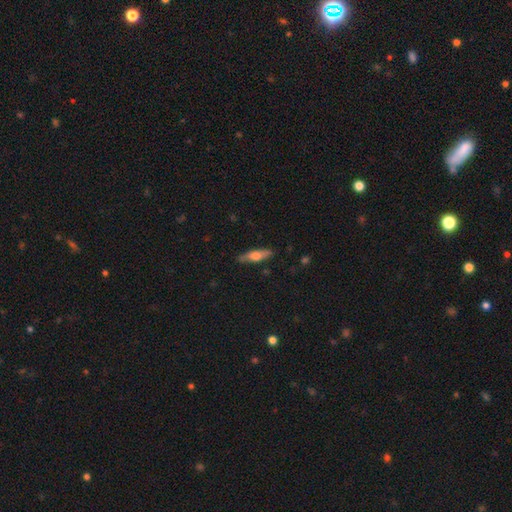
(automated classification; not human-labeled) Morphology: type=smooth (52%); roundness=cigar-shaped (69%); merging=none (85%).